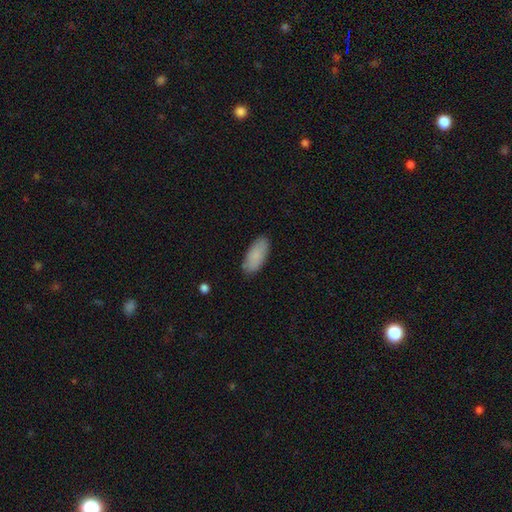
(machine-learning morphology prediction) This appears to be a smooth galaxy with no disk features (86%) that is in between round and cigar-shaped (88%). Merging: none (85%).